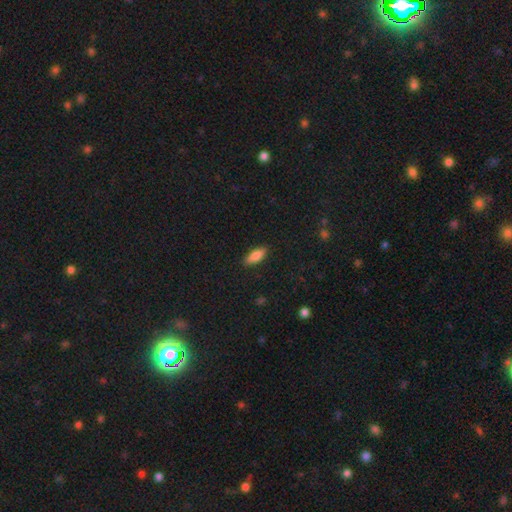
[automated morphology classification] smooth 79%, featured or disk 14%, star or artifact 7%. Down the decision tree: how rounded — in between (64%); merging — none (88%).